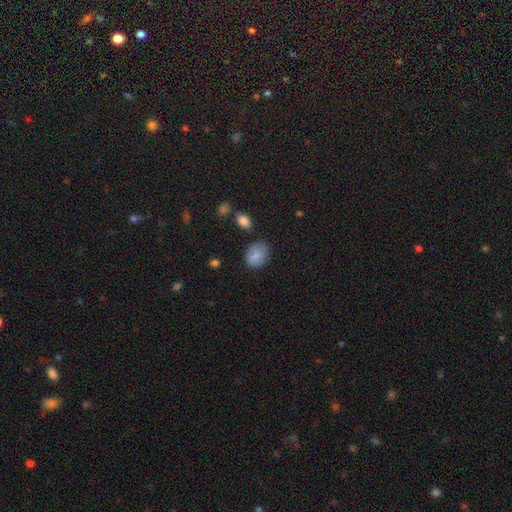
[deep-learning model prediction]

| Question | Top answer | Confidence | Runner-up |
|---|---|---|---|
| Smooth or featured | smooth | 84% | star or artifact (9%) |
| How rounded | in between | 56% | round (43%) |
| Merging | none | 66% | minor disturbance (24%) |